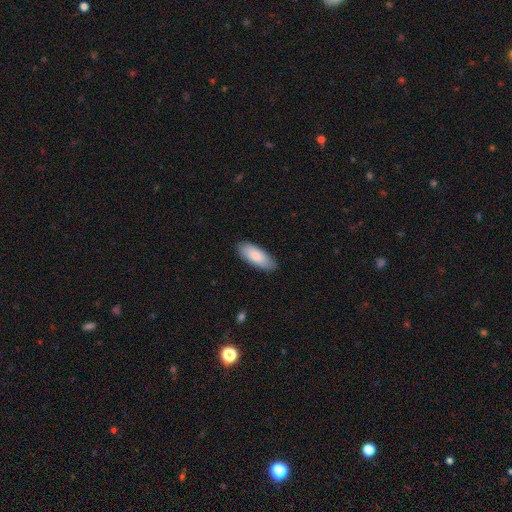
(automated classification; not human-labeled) Smooth or featured? Predicted: smooth (p=0.85). How rounded? Predicted: in between (p=0.80). Merging? Predicted: none (p=0.86).